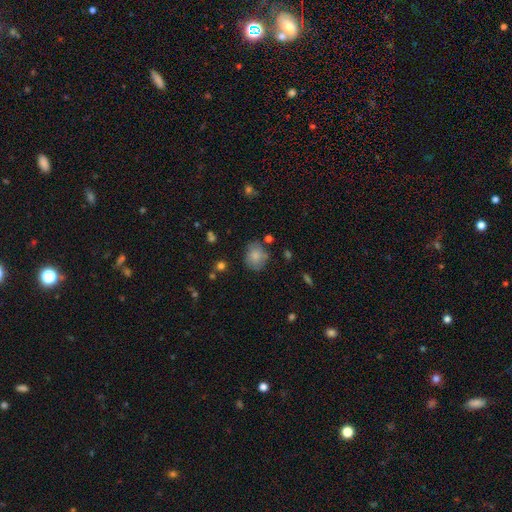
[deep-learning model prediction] A smooth galaxy with no disk features (81%) that is round (71%).

Vote fractions:
- Smooth or featured? smooth: 81% / featured or disk: 10% / star or artifact: 9%
- How rounded? round: 71% / in between: 28% / cigar-shaped: 1%
- Merging? none: 69% / minor disturbance: 21% / major disturbance: 6% / merger: 4%